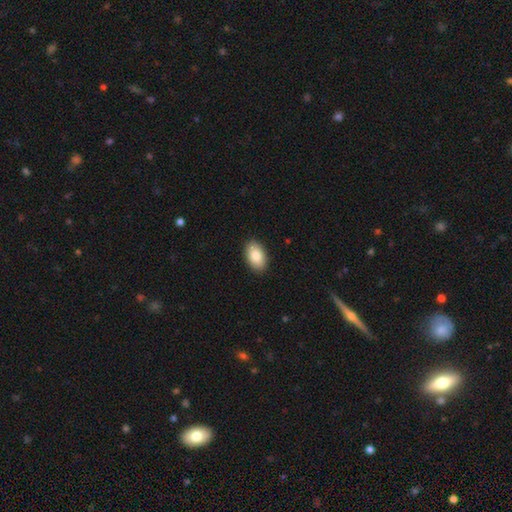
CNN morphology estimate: smooth_or_featured: smooth (p=0.86) [alt: featured or disk p=0.08]
how_rounded: in between (p=0.94) [alt: round p=0.05]
merging: none (p=0.90) [alt: minor disturbance p=0.08]